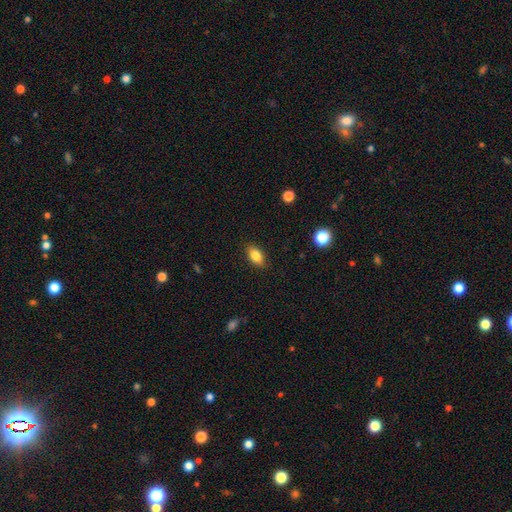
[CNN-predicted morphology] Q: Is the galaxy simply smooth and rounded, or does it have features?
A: smooth — 83%.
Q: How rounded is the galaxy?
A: in between — 87%.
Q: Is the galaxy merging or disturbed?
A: none — 87%.